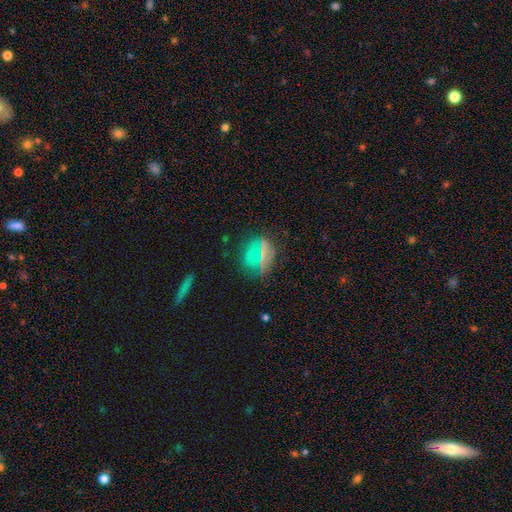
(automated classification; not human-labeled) A smooth galaxy with no disk features (63%) that is round (72%). Merging: none (78%).